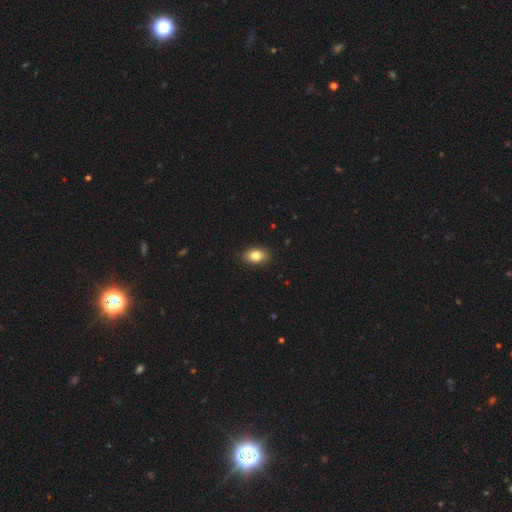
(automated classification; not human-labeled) Overall: smooth (83%). How rounded: in between (80%). Merging: none (90%).